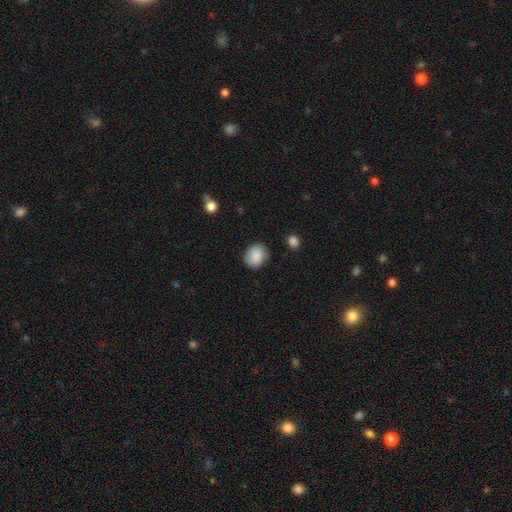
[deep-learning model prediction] Overall: smooth (88%). How rounded: round (62%; in between 37%). Merging: none (83%).